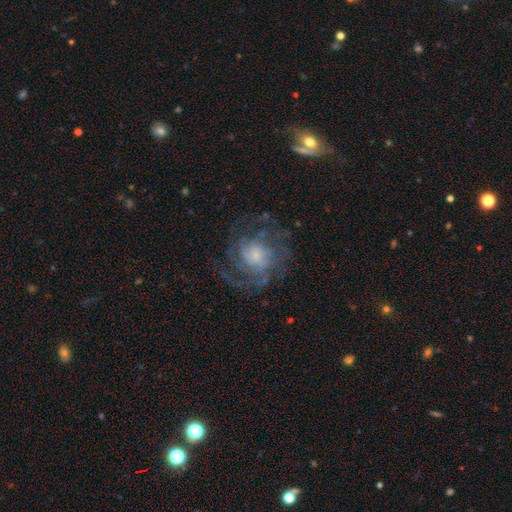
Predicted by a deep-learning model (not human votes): Smooth or featured?
  - featured or disk: 76% *
  - smooth: 15%
  - star or artifact: 9%
Edge-on disk?
  - no: 98% *
  - yes: 2%
Bar?
  - no: 71% *
  - weak: 25%
  - strong: 4%
Spiral arms?
  - yes: 89% *
  - no: 11%
Spiral winding?
  - tight: 45% *
  - medium: 39%
  - loose: 16%
Spiral arm count?
  - can't tell: 38% *
  - 3: 18%
  - 2: 16%
  - 4: 14%
  - more than 4: 7%
  - 1: 7%
Bulge size?
  - small: 62% *
  - moderate: 21%
  - large: 7%
  - none: 7%
  - dominant: 2%
Merging?
  - none: 66% *
  - major disturbance: 17%
  - minor disturbance: 15%
  - merger: 1%